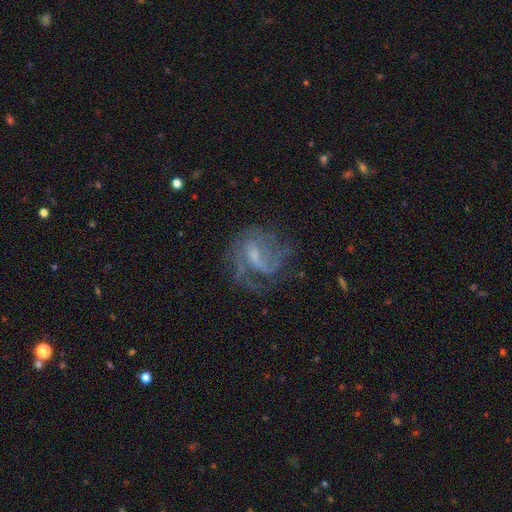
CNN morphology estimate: Smooth or featured: featured or disk — 77% (smooth — 15%)
Edge-on disk: no — 97% (yes — 3%)
Bar: weak — 53% (no — 34%)
Spiral arms: yes — 86% (no — 14%)
Spiral winding: medium — 44% (loose — 28%)
Spiral arm count: 2 — 33% (can't tell — 27%)
Bulge size: small — 48% (moderate — 27%)
Merging: none — 50% (major disturbance — 28%)